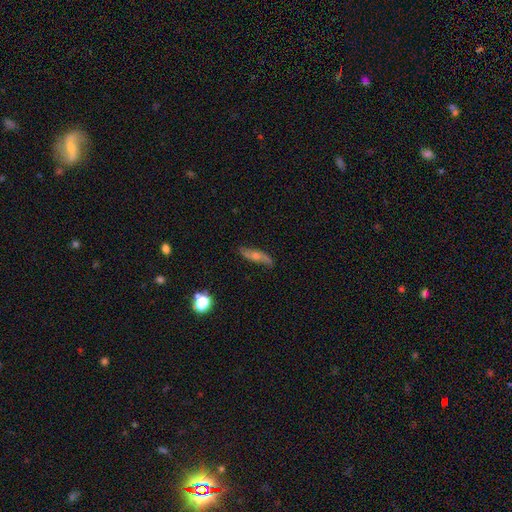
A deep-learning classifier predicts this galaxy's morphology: Smooth or featured? featured or disk (58%)
Edge-on disk? no (53%)
Merging? none (78%)